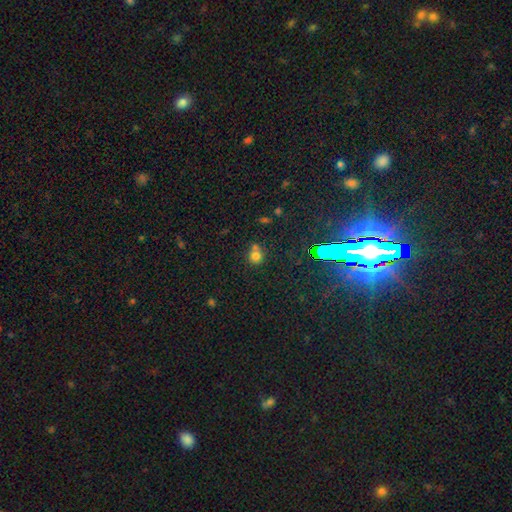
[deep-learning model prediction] Morphology: type=smooth (72%); roundness=round (84%); merging=none (53%).